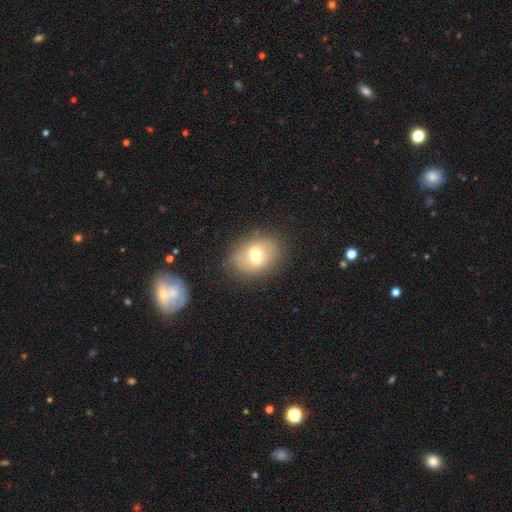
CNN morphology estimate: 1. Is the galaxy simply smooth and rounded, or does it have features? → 66% smooth, 24% featured or disk, 10% star or artifact.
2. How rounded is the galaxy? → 62% in between, 37% round, 1% cigar-shaped.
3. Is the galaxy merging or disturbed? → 84% none, 11% minor disturbance, 4% major disturbance, 1% merger.